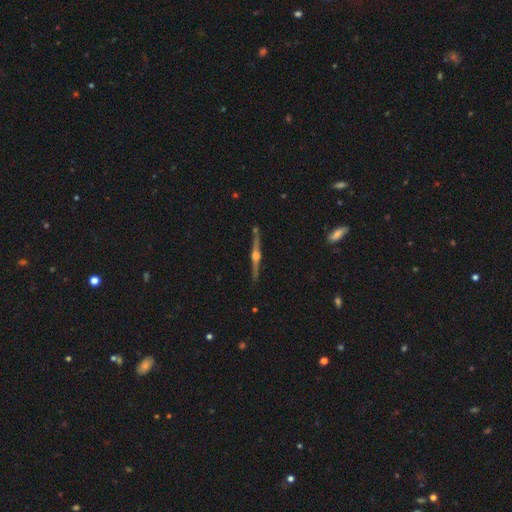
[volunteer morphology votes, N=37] smooth_or_featured: featured or disk (p=0.81) [alt: star or artifact p=0.11]
disk_edge_on: yes (p=1.00)
edge_on_bulge: rounded (p=0.97) [alt: none p=0.03]
merging: none (p=0.94) [alt: minor disturbance p=0.06]